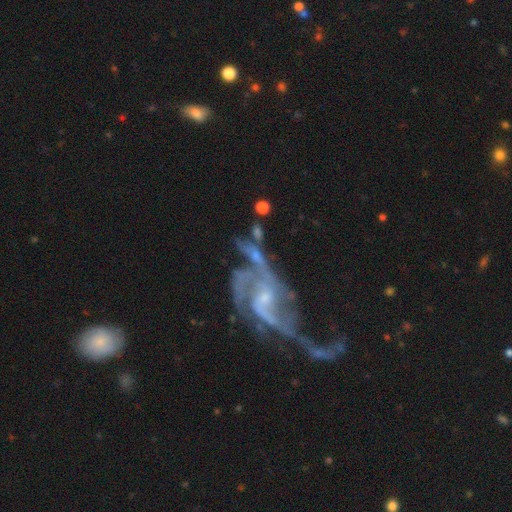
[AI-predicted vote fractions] The model was most divided on "merging": none: 30%, merger: 28%, major disturbance: 26%, minor disturbance: 16%. Remaining: edge-on disk — no (95%); spiral arms — yes (85%); smooth or featured — featured or disk (77%); bulge size — small (62%); bar — no (55%); spiral arm count — 2 (47%); spiral winding — medium (41%).